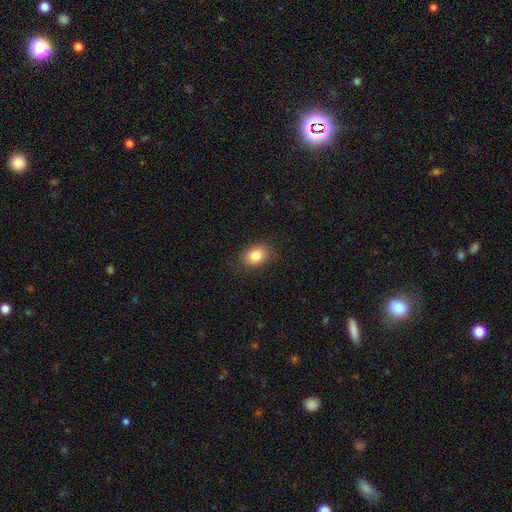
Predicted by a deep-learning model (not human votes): Smooth or featured? Predicted: smooth (p=0.83). How rounded? Predicted: in between (p=0.67). Merging? Predicted: none (p=0.85).